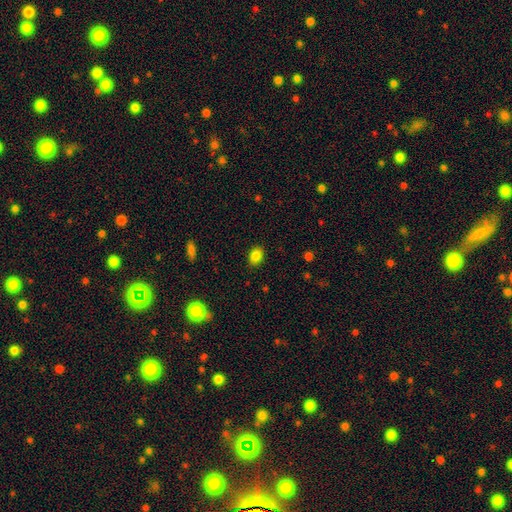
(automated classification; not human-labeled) A smooth galaxy with no disk features (85%) that is in between round and cigar-shaped (73%).

Vote fractions:
- Smooth or featured? smooth: 85% / star or artifact: 10% / featured or disk: 5%
- How rounded? in between: 73% / round: 26% / cigar-shaped: 1%
- Merging? none: 87% / minor disturbance: 9% / major disturbance: 2% / merger: 1%